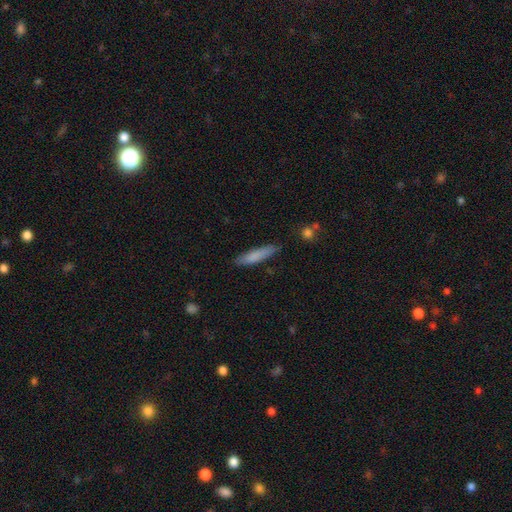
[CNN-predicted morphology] Smooth or featured: smooth — 81% (featured or disk — 13%)
How rounded: cigar-shaped — 82% (in between — 16%)
Merging: none — 83% (minor disturbance — 13%)